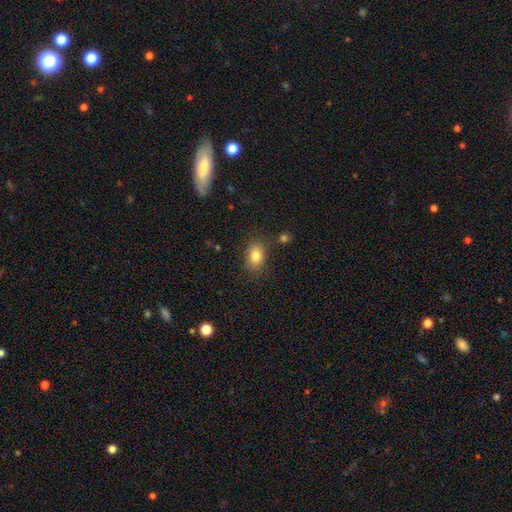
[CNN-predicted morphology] type=smooth (82%); roundness=in between (80%); merging=none (80%).